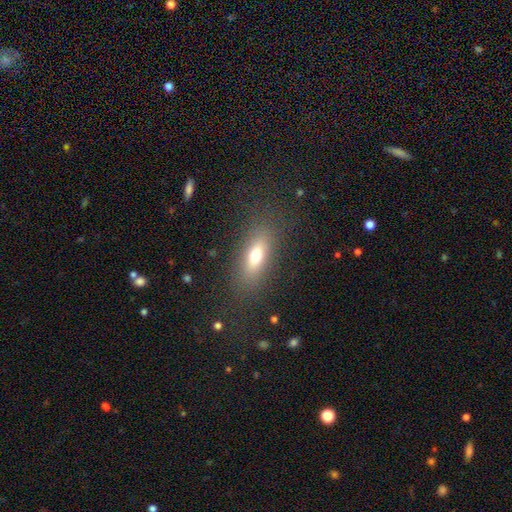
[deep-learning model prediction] A smooth galaxy with no disk features (70%) that is in between round and cigar-shaped (68%). Merging: none (82%).